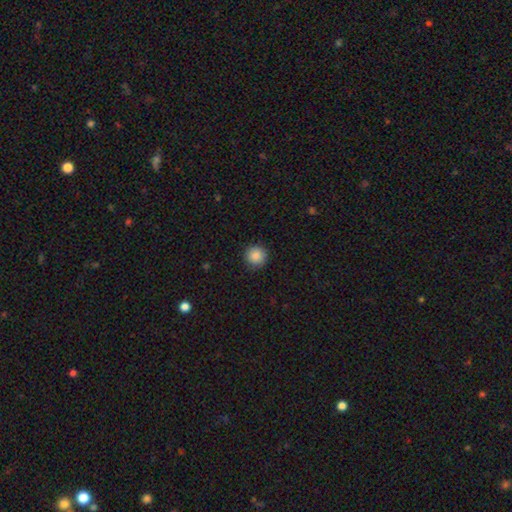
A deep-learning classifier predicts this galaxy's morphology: Smooth or featured? smooth (88%)
How rounded? round (95%)
Merging? none (91%)